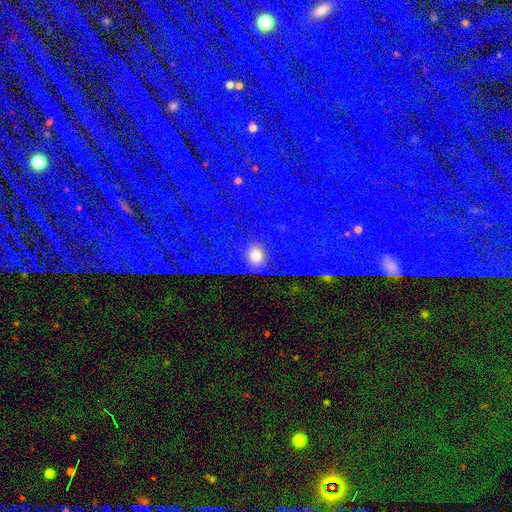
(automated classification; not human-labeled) Smooth or featured?
  - smooth: 60% *
  - star or artifact: 26%
  - featured or disk: 14%
How rounded?
  - round: 52% *
  - in between: 44%
  - cigar-shaped: 3%
Merging?
  - none: 60% *
  - minor disturbance: 17%
  - major disturbance: 15%
  - merger: 8%